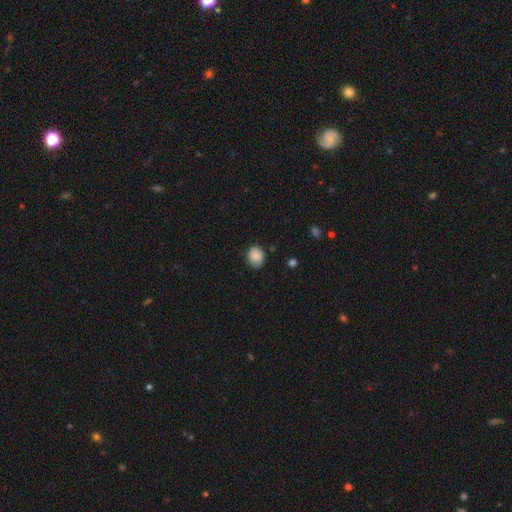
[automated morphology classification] The model was most divided on "how rounded": round: 57%, in between: 43%, cigar-shaped: 1%. More confident: smooth or featured — smooth (87%); merging — none (75%).